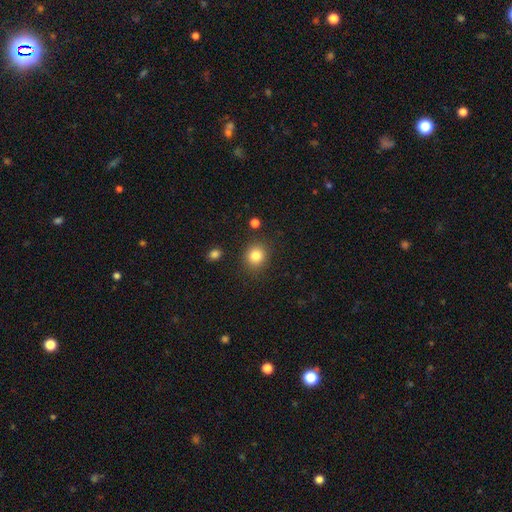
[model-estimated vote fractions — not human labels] The model was most divided on "how rounded": round: 82%, in between: 17%, cigar-shaped: 1%. More confident: merging — none (87%); smooth or featured — smooth (83%).